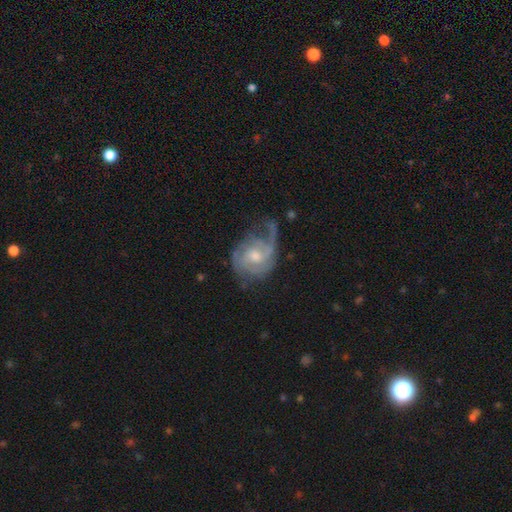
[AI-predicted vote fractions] smooth_or_featured: featured or disk (p=0.81) [alt: smooth p=0.13]
disk_edge_on: no (p=0.97) [alt: yes p=0.03]
bar: no (p=0.62) [alt: weak p=0.33]
has_spiral_arms: yes (p=0.92) [alt: no p=0.08]
spiral_winding: medium (p=0.40) [alt: tight p=0.37]
spiral_arm_count: 2 (p=0.39) [alt: can't tell p=0.23]
bulge_size: moderate (p=0.65) [alt: small p=0.24]
merging: none (p=0.44) [alt: major disturbance p=0.27]